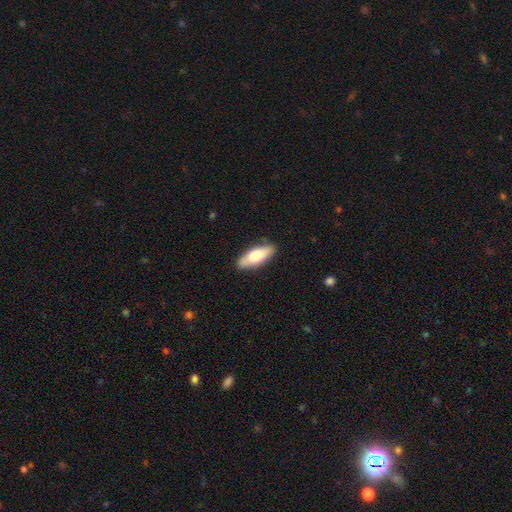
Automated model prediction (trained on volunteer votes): This is likely a smooth galaxy (72%). How rounded: likely in between (70%). Merging: clearly none (86%).